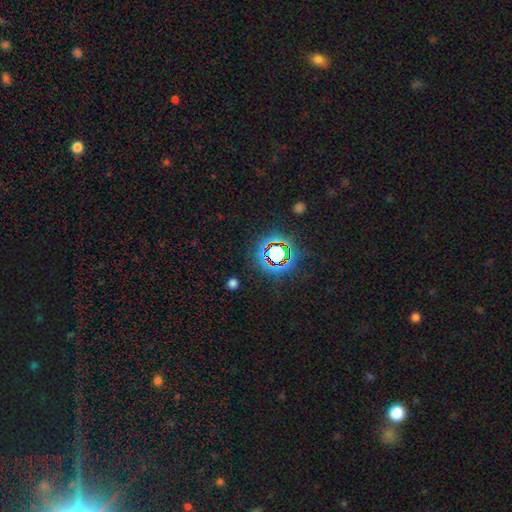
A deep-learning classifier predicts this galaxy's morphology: Smooth or featured? star or artifact (76%)